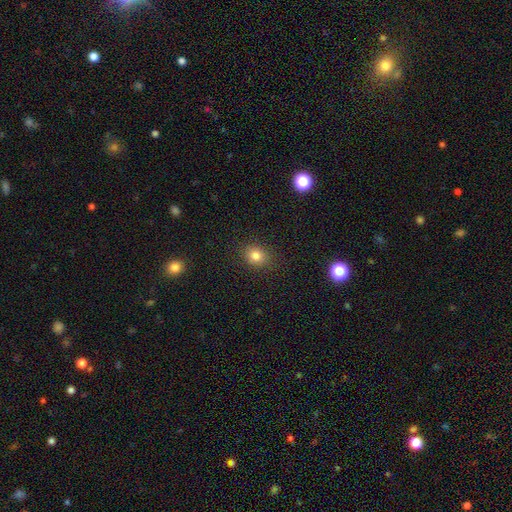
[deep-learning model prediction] smooth 81%, star or artifact 13%, featured or disk 6%. Down the decision tree: how rounded — round (60%); merging — none (87%).